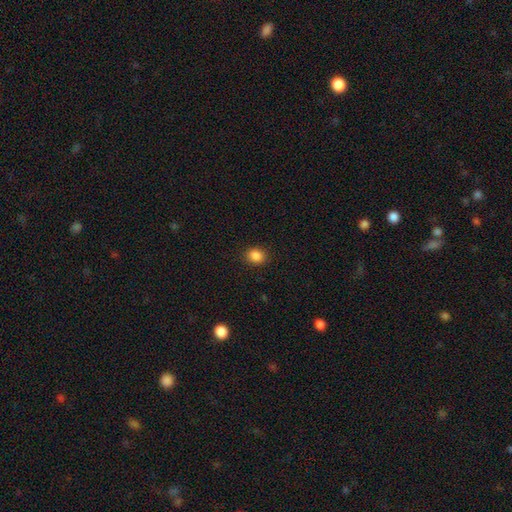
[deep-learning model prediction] Q: Smooth or featured?
A: smooth (86%); runner-up: star or artifact (10%)
Q: How rounded?
A: round (58%); runner-up: in between (41%)
Q: Merging?
A: none (89%); runner-up: minor disturbance (7%)